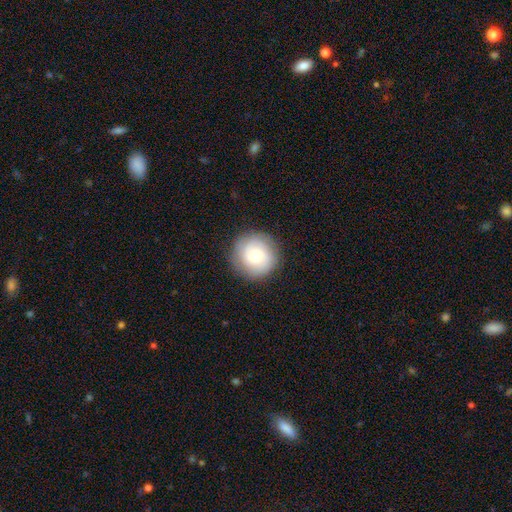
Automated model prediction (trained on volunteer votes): smooth-or-featured: smooth: 64% | featured or disk: 28% | star or artifact: 8%
  how-rounded: round: 94% | in between: 5% | cigar-shaped: 1%
  merging: none: 87% | minor disturbance: 9% | major disturbance: 3% | merger: 1%